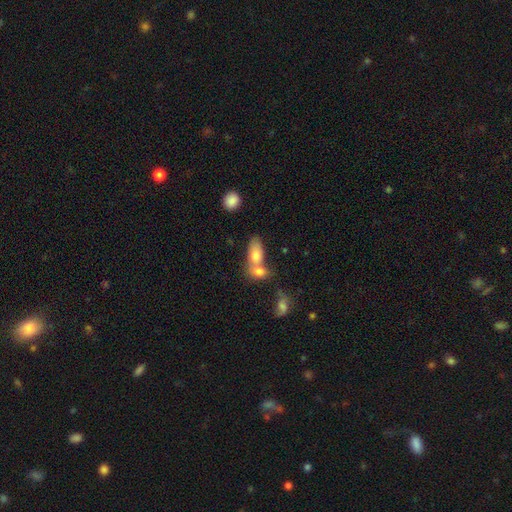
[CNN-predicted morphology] Q: Smooth or featured?
A: smooth (77%); runner-up: featured or disk (15%)
Q: How rounded?
A: in between (84%); runner-up: round (10%)
Q: Merging?
A: merger (60%); runner-up: none (27%)